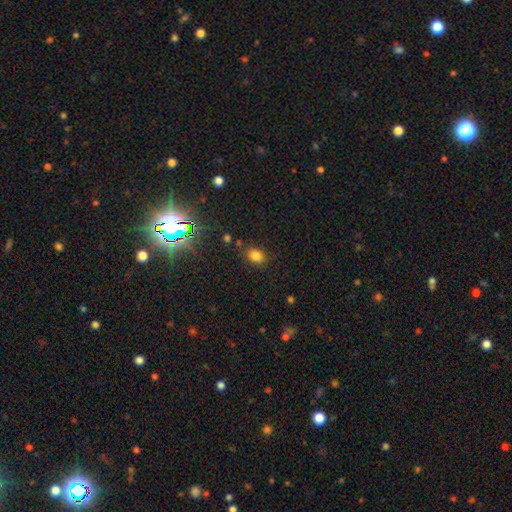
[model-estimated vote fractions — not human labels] smooth-or-featured: smooth: 77% | star or artifact: 18% | featured or disk: 6%
  how-rounded: in between: 62% | round: 37% | cigar-shaped: 1%
  merging: none: 80% | minor disturbance: 12% | major disturbance: 4% | merger: 3%